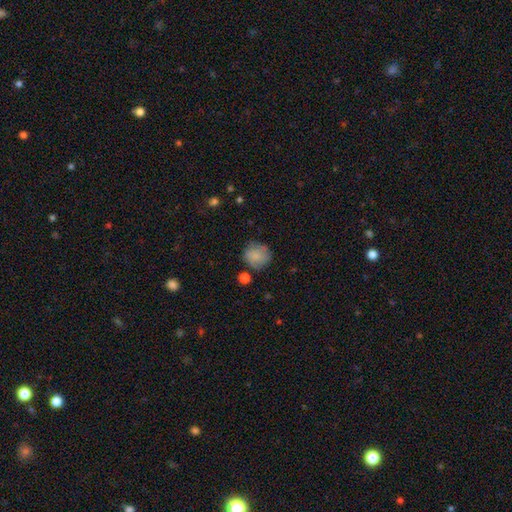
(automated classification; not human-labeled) smooth_or_featured: smooth (p=0.82) [alt: featured or disk p=0.10]
how_rounded: round (p=0.85) [alt: in between p=0.14]
merging: none (p=0.72) [alt: minor disturbance p=0.18]